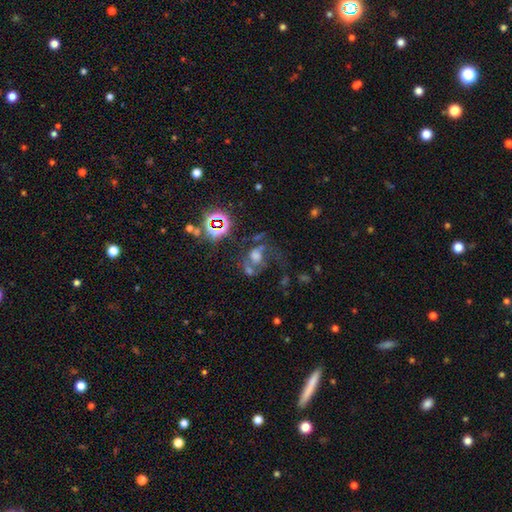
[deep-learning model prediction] A featured or disk galaxy (38%). Merging: none (32%).